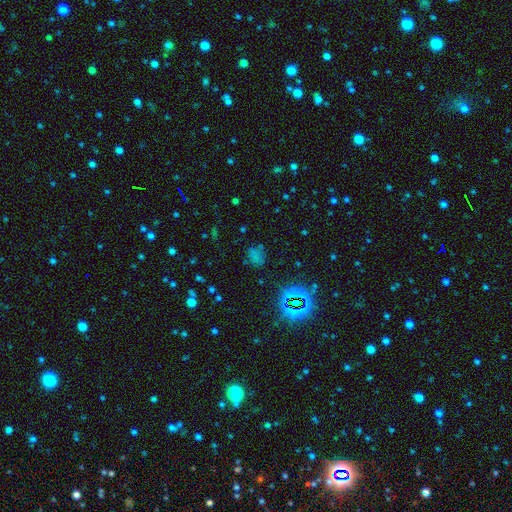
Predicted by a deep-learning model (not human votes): smooth 46%, star or artifact 45%, featured or disk 9%. Down the decision tree: merging — none (68%).